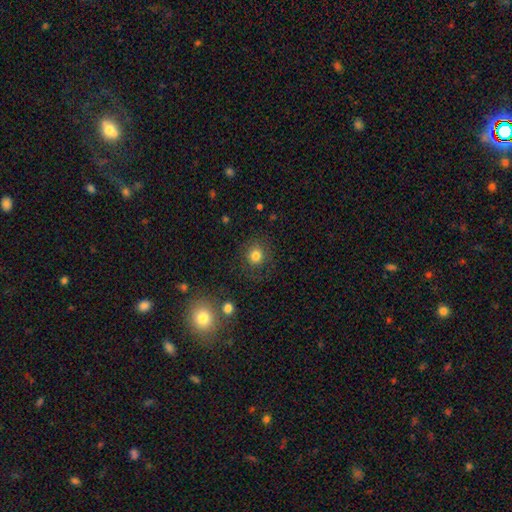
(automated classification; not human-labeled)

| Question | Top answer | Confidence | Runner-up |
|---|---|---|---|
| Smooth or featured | smooth | 79% | star or artifact (13%) |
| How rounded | round | 90% | in between (9%) |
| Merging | none | 82% | minor disturbance (10%) |